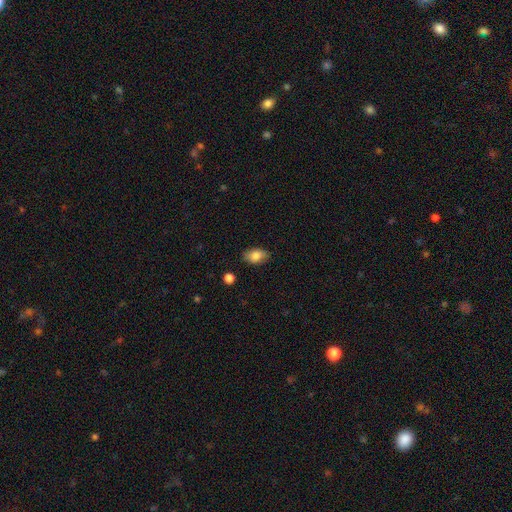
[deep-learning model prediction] Q: Smooth or featured?
A: smooth (82%); runner-up: featured or disk (11%)
Q: How rounded?
A: in between (89%); runner-up: round (9%)
Q: Merging?
A: none (83%); runner-up: minor disturbance (13%)